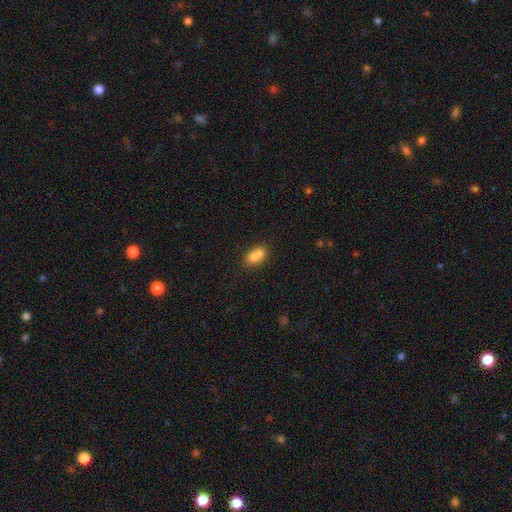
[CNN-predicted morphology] smooth_or_featured: smooth (p=0.73) [alt: featured or disk p=0.17]
how_rounded: in between (p=0.69) [alt: round p=0.28]
merging: merger (p=0.54) [alt: none p=0.32]